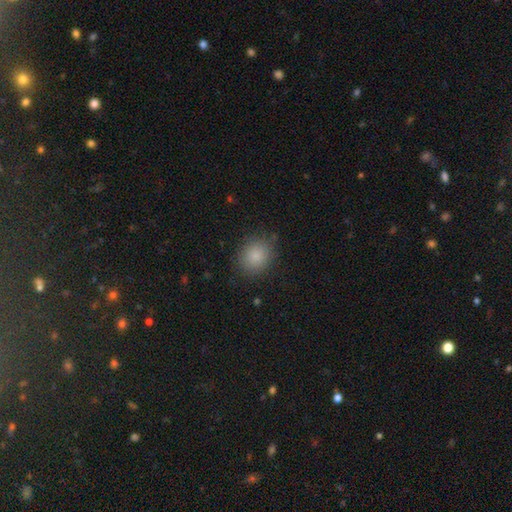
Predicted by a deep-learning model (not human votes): This appears to be a smooth galaxy with no disk features (86%) that is round (67%). Merging: none (84%).